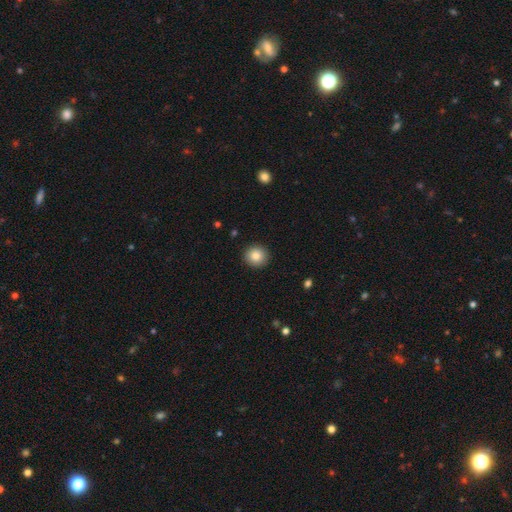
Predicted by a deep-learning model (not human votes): This appears to be a smooth galaxy with no disk features (85%) that is round (92%). Merging: none (92%).